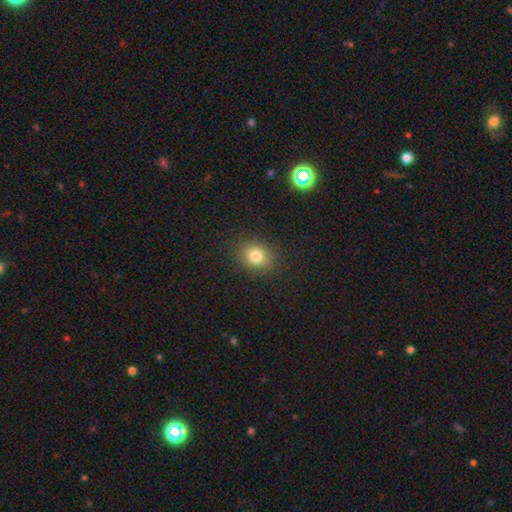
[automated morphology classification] Smooth or featured? smooth (80%)
How rounded? round (60%)
Merging? none (88%)